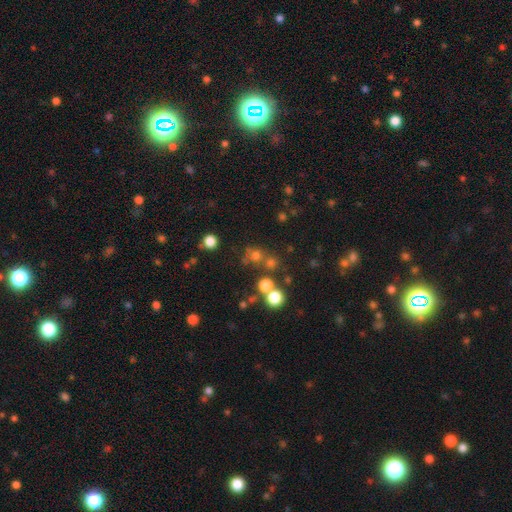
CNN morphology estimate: A smooth galaxy with no disk features (65%) that is round (89%).

Vote fractions:
- Smooth or featured? smooth: 65% / star or artifact: 25% / featured or disk: 10%
- How rounded? round: 89% / in between: 10% / cigar-shaped: 1%
- Merging? none: 64% / merger: 23% / minor disturbance: 9% / major disturbance: 5%